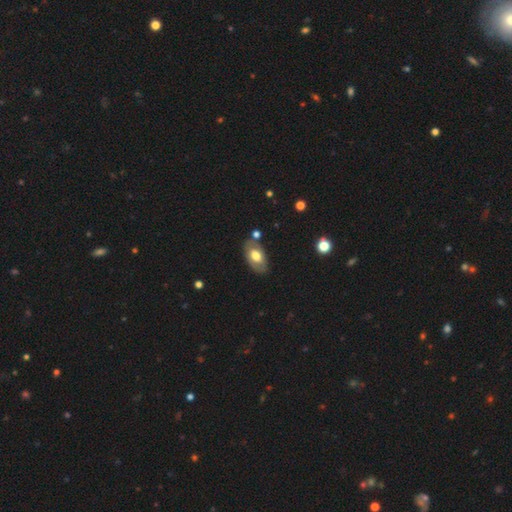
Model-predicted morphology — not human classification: The model was most divided on "smooth or featured": smooth: 57%, featured or disk: 37%, star or artifact: 7%. More confident: how rounded — in between (92%); merging — none (72%).